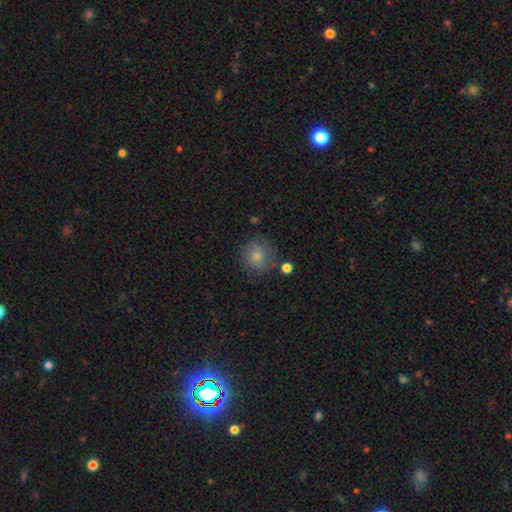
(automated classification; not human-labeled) Smooth or featured? Predicted: smooth (p=0.61). How rounded? Predicted: round (p=0.87). Merging? Predicted: none (p=0.78).